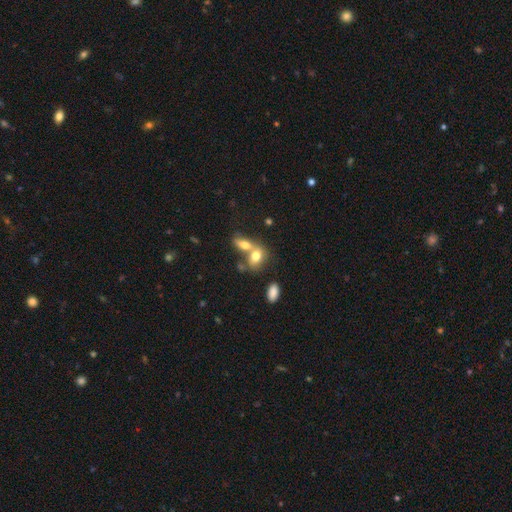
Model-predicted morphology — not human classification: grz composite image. It shows a smooth galaxy with no disk features (73%) that is in between round and cigar-shaped (74%). Merging: merger (61%).